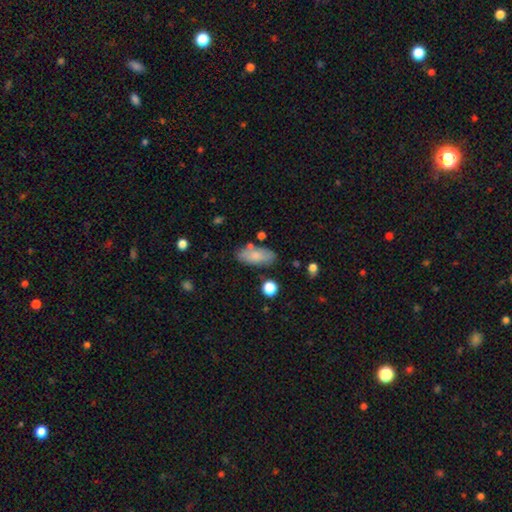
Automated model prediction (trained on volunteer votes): smooth_or_featured: smooth (p=0.79) [alt: featured or disk p=0.14]
how_rounded: in between (p=0.85) [alt: cigar-shaped p=0.12]
merging: none (p=0.76) [alt: minor disturbance p=0.15]